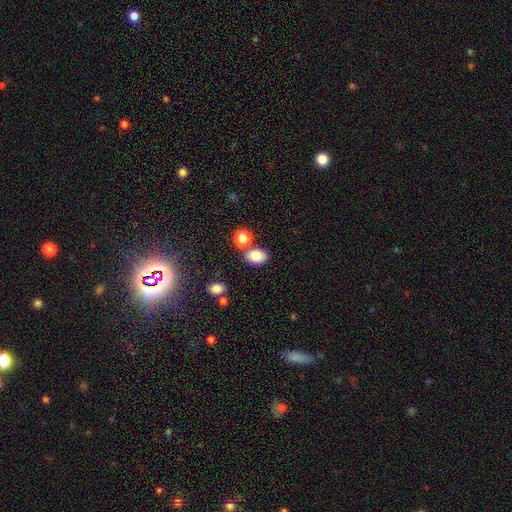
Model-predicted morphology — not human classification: This is clearly a smooth galaxy (83%). How rounded: likely in between (76%). Merging: likely none (70%).